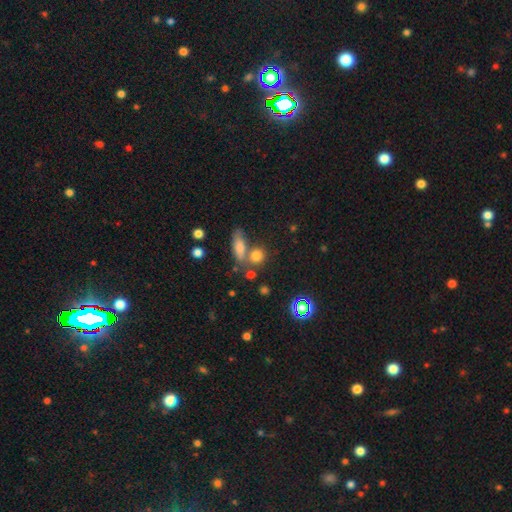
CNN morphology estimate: Q: Smooth or featured?
A: smooth (76%); runner-up: star or artifact (14%)
Q: How rounded?
A: round (54%); runner-up: in between (35%)
Q: Merging?
A: none (57%); runner-up: merger (28%)